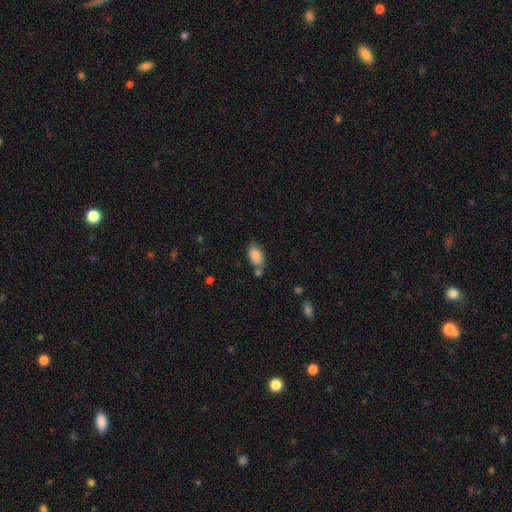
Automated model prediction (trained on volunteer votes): This is clearly a smooth galaxy (86%). How rounded: clearly in between (92%). Merging: possibly none (58%).